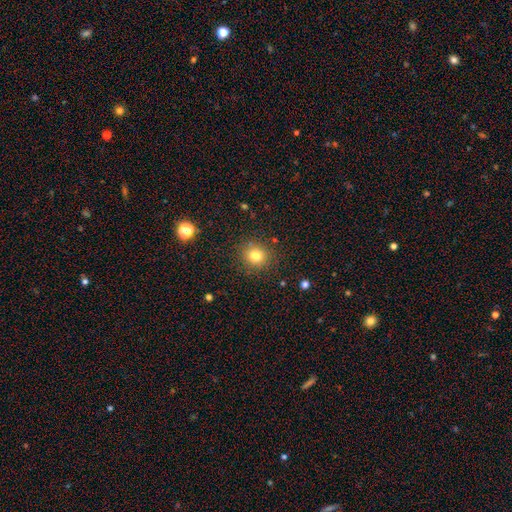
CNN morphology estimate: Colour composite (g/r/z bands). It shows a smooth galaxy with no disk features (79%) that is round (88%). Merging: none (88%).